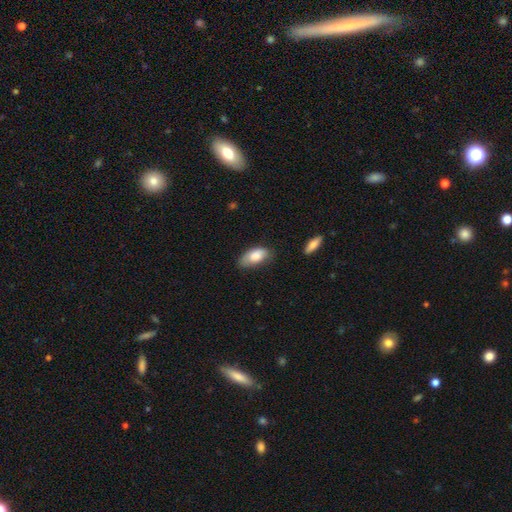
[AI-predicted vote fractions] This appears to be a smooth galaxy with no disk features (83%) that is in between round and cigar-shaped (92%). Merging: none (63%).